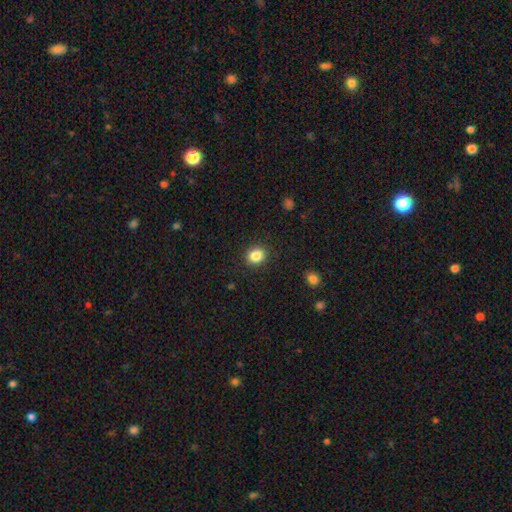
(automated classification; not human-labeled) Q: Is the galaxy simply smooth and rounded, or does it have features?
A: smooth — 85%.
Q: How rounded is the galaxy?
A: round — 78%.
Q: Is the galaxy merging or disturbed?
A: none — 90%.